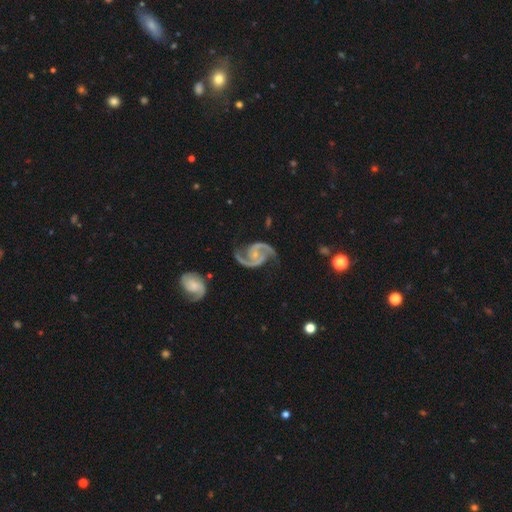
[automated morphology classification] type=featured or disk (94%); edge-on=no (98%); bar=no (60%); spiral arms=yes (98%); winding=medium (61%); arm count=2 (94%); bulge=small (70%); merging=none (73%).